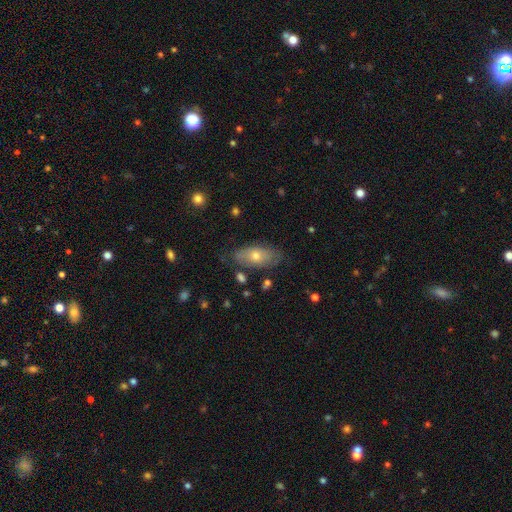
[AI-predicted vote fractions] A smooth galaxy with no disk features (60%) that is in between round and cigar-shaped (87%). Merging: none (73%).